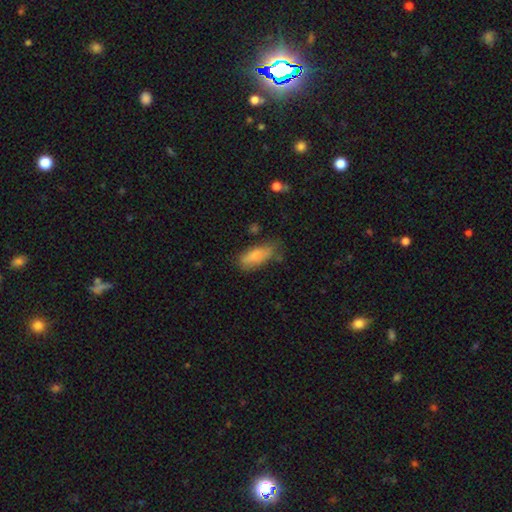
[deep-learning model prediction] Smooth or featured? smooth (81%)
How rounded? in between (72%)
Merging? none (57%)